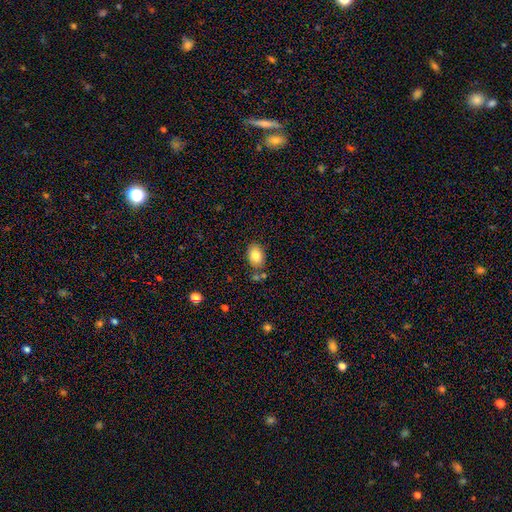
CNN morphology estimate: A smooth galaxy with no disk features (83%) that is in between round and cigar-shaped (75%). Merging: none (75%).